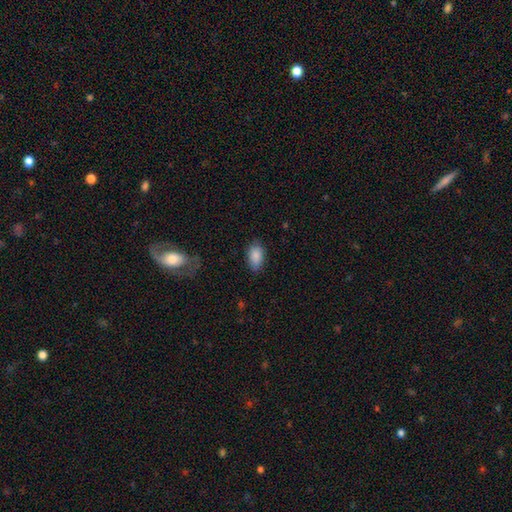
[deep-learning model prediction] Overall: smooth (87%). How rounded: in between (92%). Merging: none (79%).